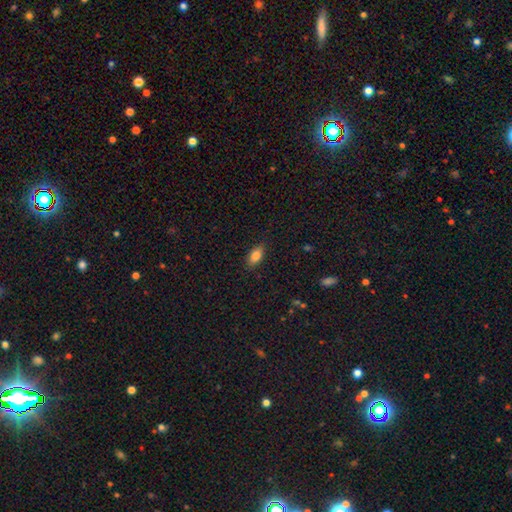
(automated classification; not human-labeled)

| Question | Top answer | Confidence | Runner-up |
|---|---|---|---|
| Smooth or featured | smooth | 83% | featured or disk (9%) |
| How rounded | in between | 89% | cigar-shaped (7%) |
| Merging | none | 86% | minor disturbance (11%) |